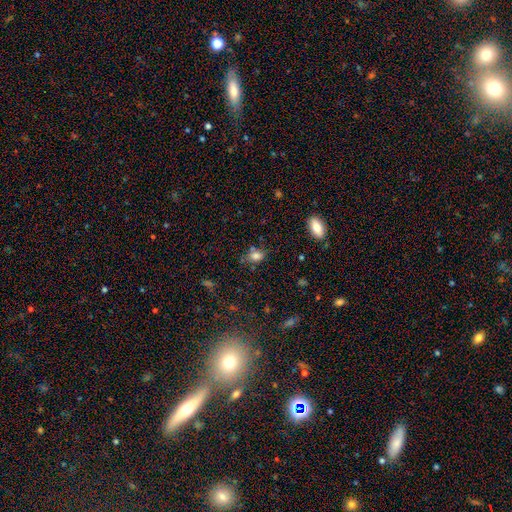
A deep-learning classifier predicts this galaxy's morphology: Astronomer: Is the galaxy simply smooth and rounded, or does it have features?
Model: smooth — 78%.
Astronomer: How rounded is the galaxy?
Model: in between — 74%.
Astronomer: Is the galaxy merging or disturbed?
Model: none — 63%.